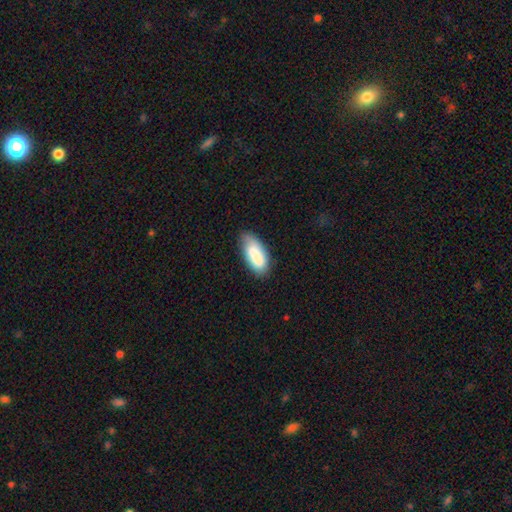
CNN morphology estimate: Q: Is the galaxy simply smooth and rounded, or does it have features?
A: smooth — 83%.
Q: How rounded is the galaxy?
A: in between — 87%.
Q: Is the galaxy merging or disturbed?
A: none — 68%.